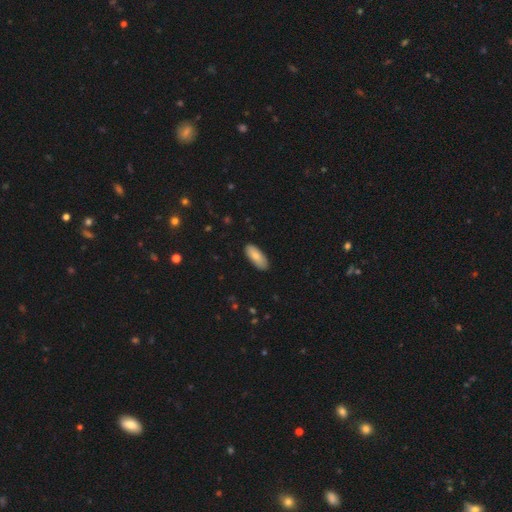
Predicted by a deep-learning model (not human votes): Smooth or featured? smooth (83%)
How rounded? in between (80%)
Merging? none (87%)